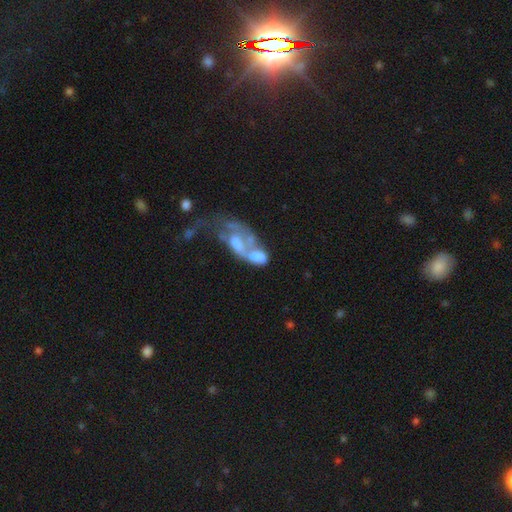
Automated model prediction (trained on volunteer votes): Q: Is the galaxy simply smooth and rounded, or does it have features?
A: featured or disk — 56%.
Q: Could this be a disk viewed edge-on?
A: no — 95%.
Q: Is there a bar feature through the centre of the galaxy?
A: no — 74%.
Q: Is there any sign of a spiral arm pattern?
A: no — 64%.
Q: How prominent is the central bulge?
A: moderate — 32%.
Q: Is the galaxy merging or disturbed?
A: merger — 60%.